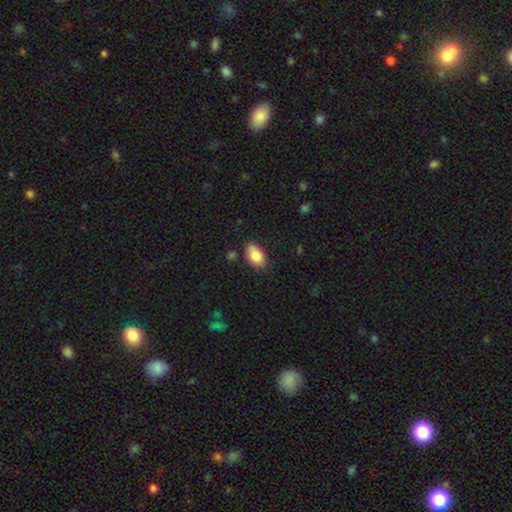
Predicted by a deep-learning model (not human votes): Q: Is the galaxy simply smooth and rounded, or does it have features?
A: smooth — 84%.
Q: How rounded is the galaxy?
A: in between — 90%.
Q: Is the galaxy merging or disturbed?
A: none — 76%.